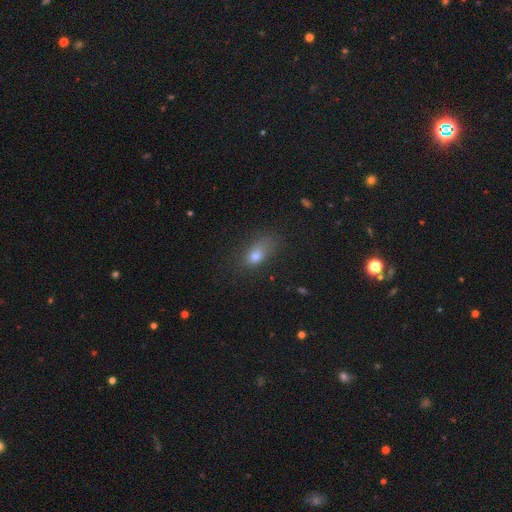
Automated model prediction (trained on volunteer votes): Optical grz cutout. It shows a smooth galaxy with no disk features (72%) that is in between round and cigar-shaped (79%). Merging: none (48%).